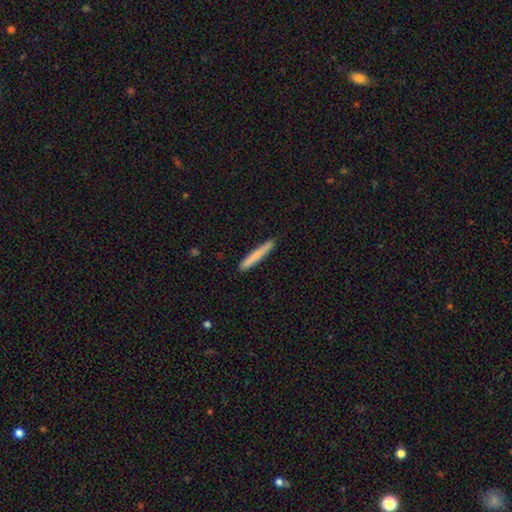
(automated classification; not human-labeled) Morphology: type=smooth (75%); roundness=cigar-shaped (96%); merging=none (90%).